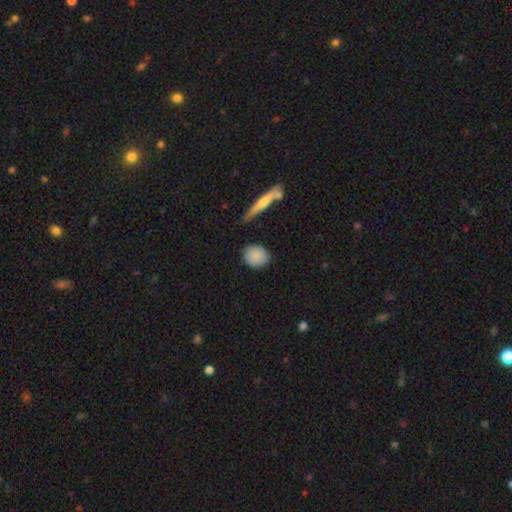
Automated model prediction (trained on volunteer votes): This appears to be a smooth galaxy with no disk features (86%) that is round (69%). Merging: none (83%).